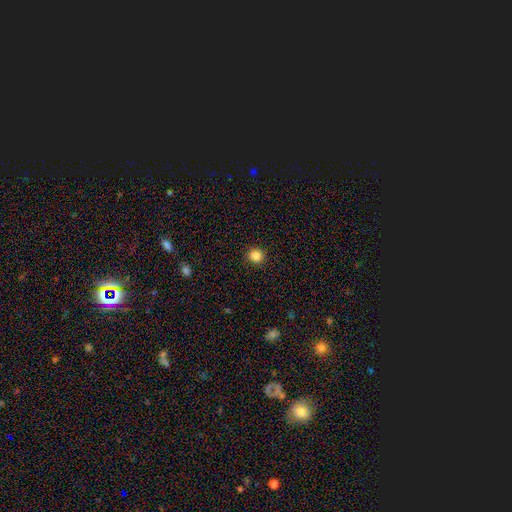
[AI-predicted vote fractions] This is clearly a smooth galaxy (85%). How rounded: clearly round (93%). Merging: clearly none (93%).